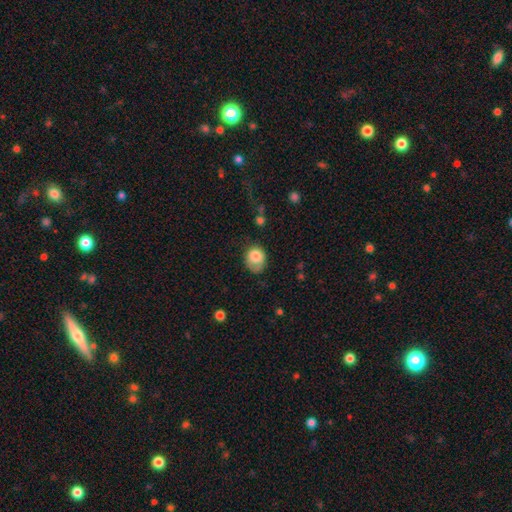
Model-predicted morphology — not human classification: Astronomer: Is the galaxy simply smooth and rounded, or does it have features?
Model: smooth — 81%.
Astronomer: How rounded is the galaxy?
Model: round — 56% (runner-up: in between, 44%).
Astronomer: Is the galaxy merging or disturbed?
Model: none — 49% (runner-up: minor disturbance, 34%).